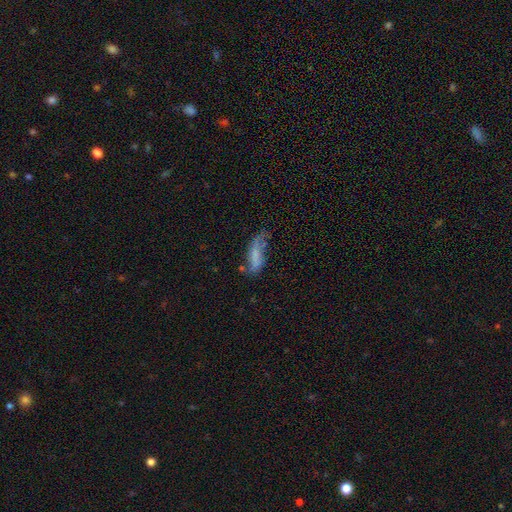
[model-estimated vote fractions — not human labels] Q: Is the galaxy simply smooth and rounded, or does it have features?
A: smooth — 52%.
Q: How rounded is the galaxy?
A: in between — 60%.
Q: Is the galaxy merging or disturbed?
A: none — 36%.